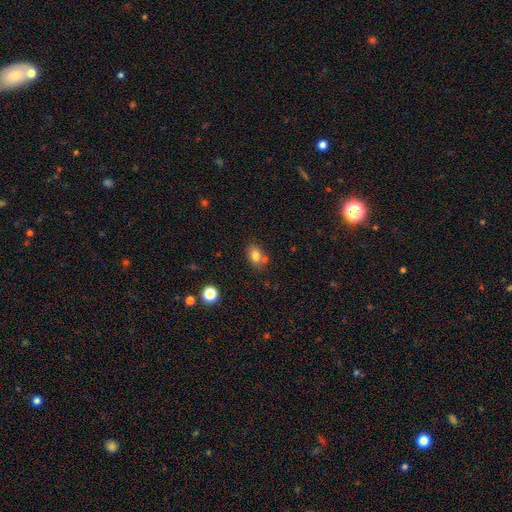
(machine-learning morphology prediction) This is likely a smooth galaxy (78%). How rounded: likely in between (71%). Merging: likely none (65%).